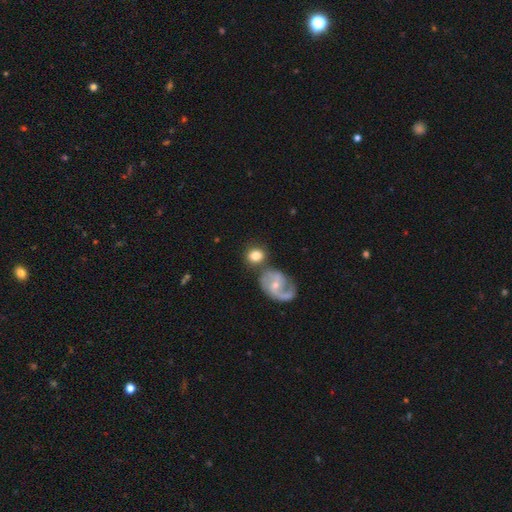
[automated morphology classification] smooth-or-featured: smooth: 69% | featured or disk: 24% | star or artifact: 7%
  how-rounded: round: 71% | in between: 27% | cigar-shaped: 1%
  merging: none: 64% | merger: 18% | minor disturbance: 13% | major disturbance: 5%